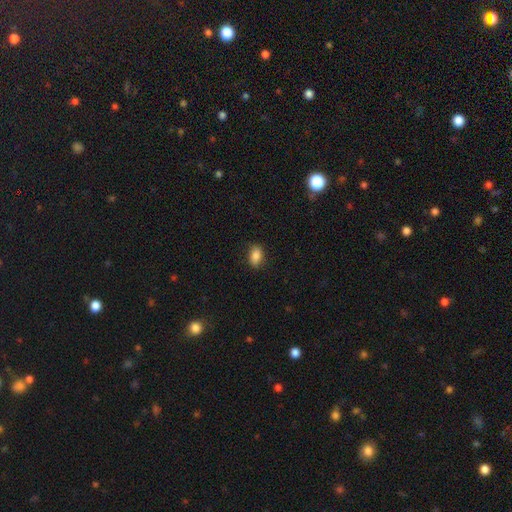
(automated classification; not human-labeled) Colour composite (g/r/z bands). It shows a smooth galaxy with no disk features (85%) that is in between round and cigar-shaped (87%). Merging: none (84%).